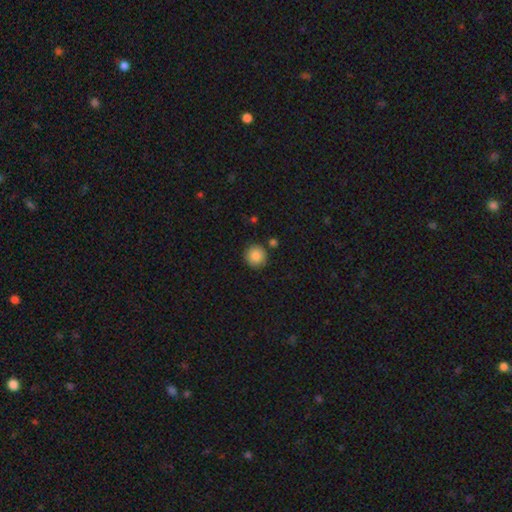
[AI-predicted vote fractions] smooth_or_featured: smooth (p=0.87) [alt: star or artifact p=0.09]
how_rounded: round (p=0.94) [alt: in between p=0.05]
merging: none (p=0.87) [alt: minor disturbance p=0.08]